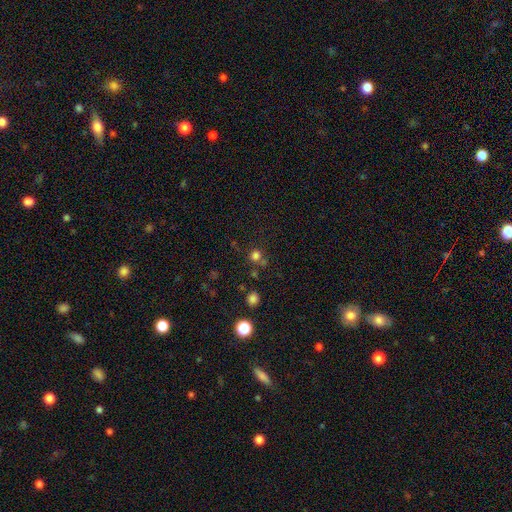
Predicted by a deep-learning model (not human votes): smooth-or-featured: smooth: 73% | star or artifact: 21% | featured or disk: 6%
  how-rounded: round: 92% | in between: 7% | cigar-shaped: 1%
  merging: none: 72% | merger: 15% | minor disturbance: 9% | major disturbance: 4%